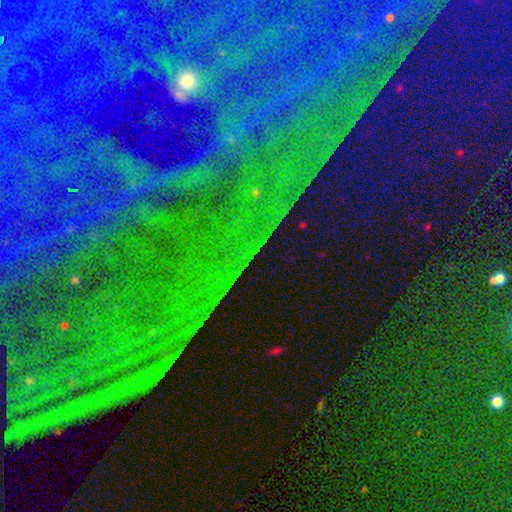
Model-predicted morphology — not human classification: The model was most divided on "smooth or featured": star or artifact: 79%, featured or disk: 12%, smooth: 9%.